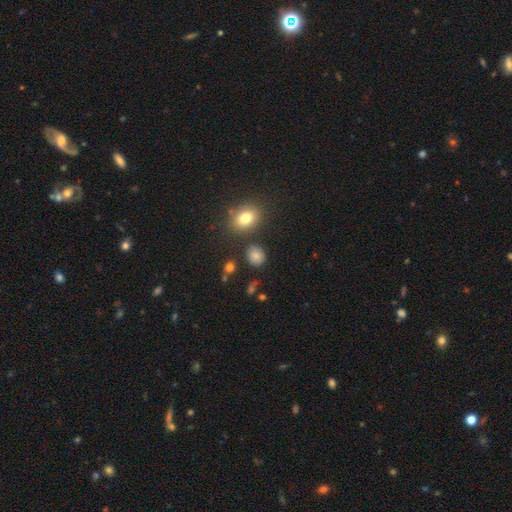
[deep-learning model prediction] smooth_or_featured: smooth (p=0.82) [alt: star or artifact p=0.12]
how_rounded: round (p=0.61) [alt: in between p=0.37]
merging: none (p=0.84) [alt: minor disturbance p=0.10]